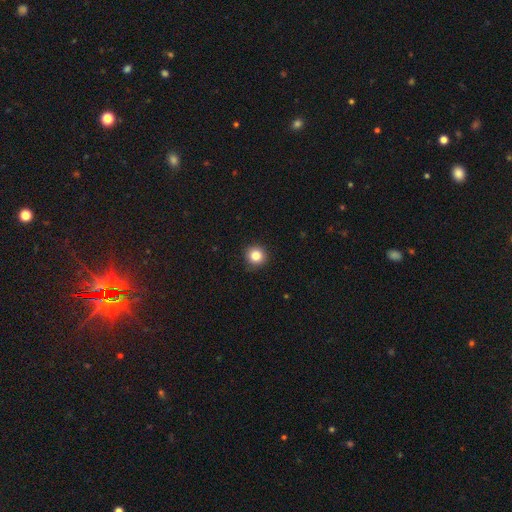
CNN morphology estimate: smooth 84%, star or artifact 11%, featured or disk 5%. Down the decision tree: how rounded — round (94%); merging — none (92%).